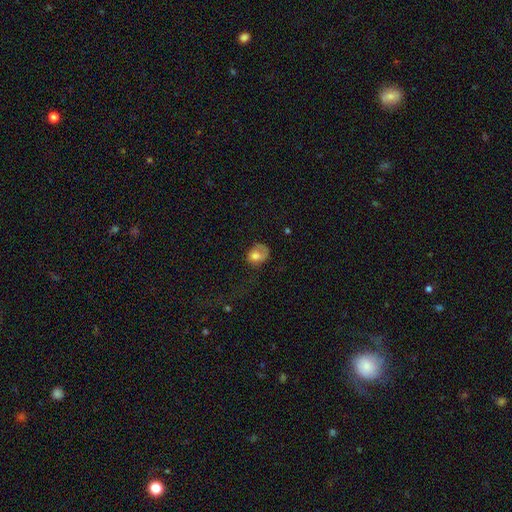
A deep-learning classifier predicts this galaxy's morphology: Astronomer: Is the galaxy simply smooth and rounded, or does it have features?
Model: smooth — 62%.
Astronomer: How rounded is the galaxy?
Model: in between — 53% (runner-up: round, 46%).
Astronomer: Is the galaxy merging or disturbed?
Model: major disturbance — 37% (runner-up: none, 34%).